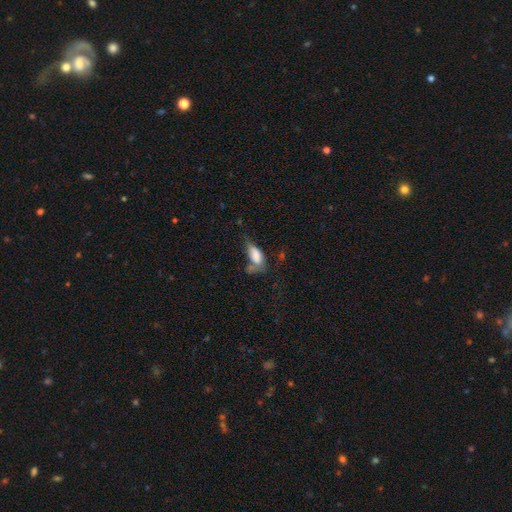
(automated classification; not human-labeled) A smooth galaxy with no disk features (77%) that is in between round and cigar-shaped (86%).

Vote fractions:
- Smooth or featured? smooth: 77% / featured or disk: 14% / star or artifact: 9%
- How rounded? in between: 86% / cigar-shaped: 11% / round: 3%
- Merging? minor disturbance: 28% / none: 26% / major disturbance: 25% / merger: 20%